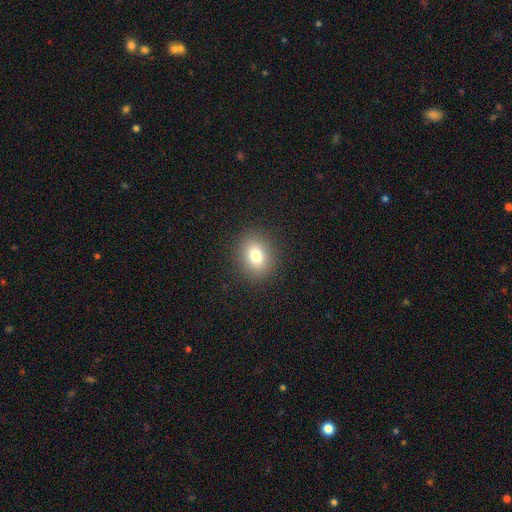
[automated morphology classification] type=smooth (78%); roundness=round (62%); merging=none (90%).